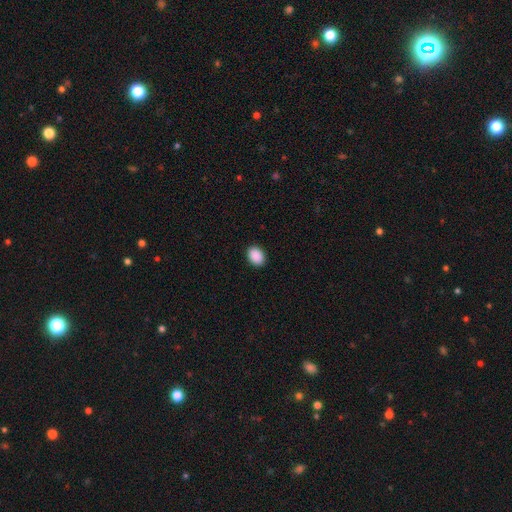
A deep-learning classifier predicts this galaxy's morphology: This appears to be a smooth galaxy with no disk features (91%) that is in between round and cigar-shaped (76%). Merging: none (91%).